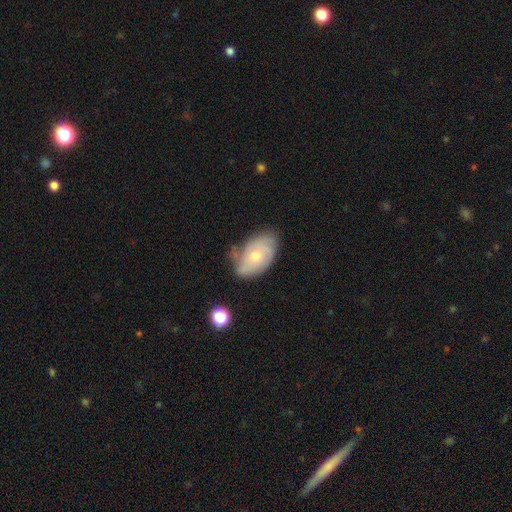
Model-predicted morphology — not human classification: Smooth or featured? Predicted: featured or disk (p=0.51). Edge-on disk? Predicted: no (p=0.93). Merging? Predicted: none (p=0.62).